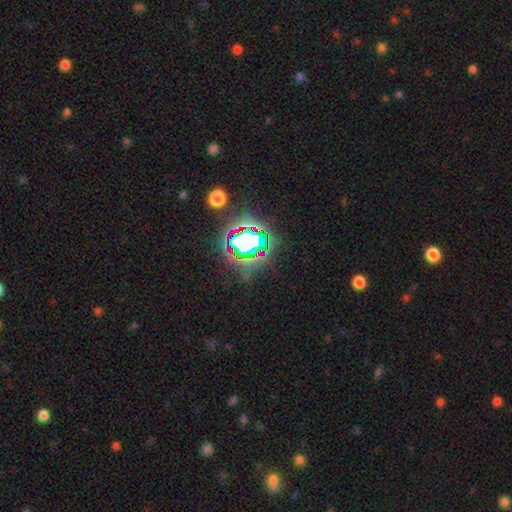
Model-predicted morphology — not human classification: Smooth or featured?
  - star or artifact: 84% *
  - smooth: 10%
  - featured or disk: 6%